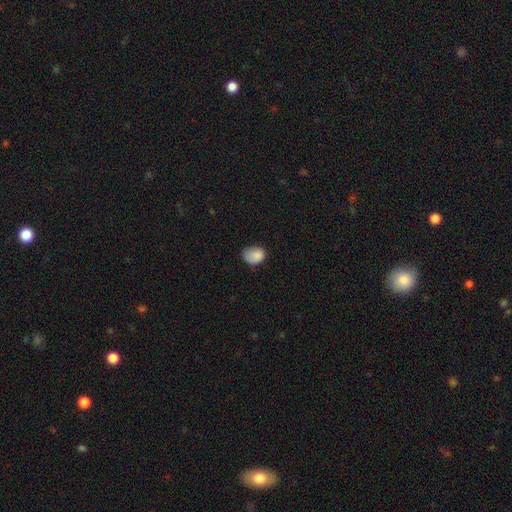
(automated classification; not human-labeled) smooth-or-featured: smooth: 84% | star or artifact: 9% | featured or disk: 8%
  how-rounded: in between: 58% | round: 41% | cigar-shaped: 1%
  merging: none: 48% | minor disturbance: 37% | major disturbance: 13% | merger: 2%